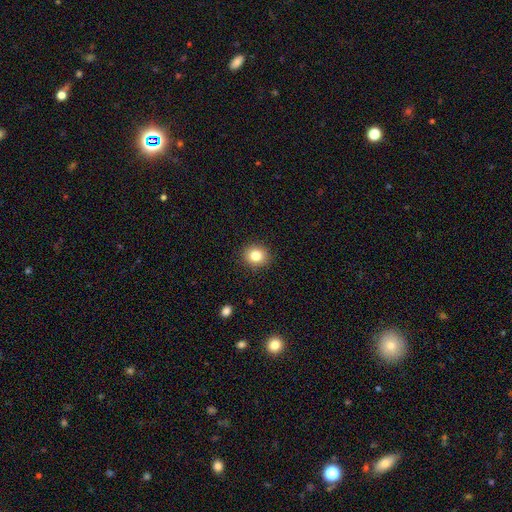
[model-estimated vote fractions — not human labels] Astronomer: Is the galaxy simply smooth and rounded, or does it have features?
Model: smooth — 82%.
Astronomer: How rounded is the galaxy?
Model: round — 80%.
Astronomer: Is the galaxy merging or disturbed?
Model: none — 90%.